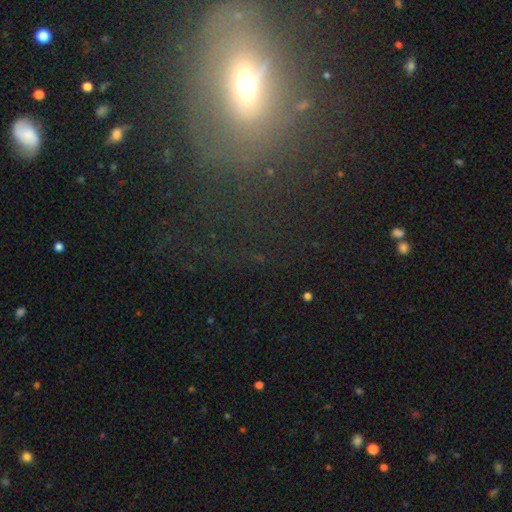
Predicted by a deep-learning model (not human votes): Overall: smooth (35%; star or artifact 34%). Merging: none (55%; major disturbance 24%).